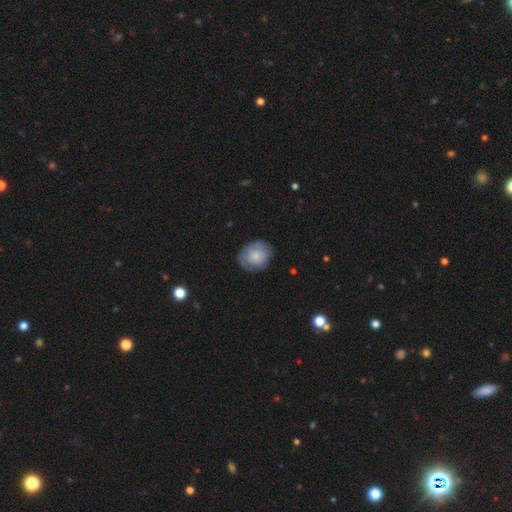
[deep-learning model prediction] smooth 76%, featured or disk 17%, star or artifact 7%. Down the decision tree: how rounded — round (67%); merging — none (76%).